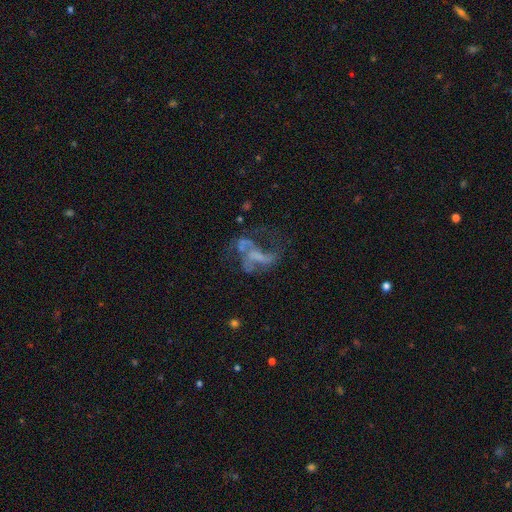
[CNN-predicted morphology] This appears to be a featured or disk galaxy (69%) with no bar (58%), spiral arms (58%) and no central bulge (61%). Merging: major disturbance (43%).